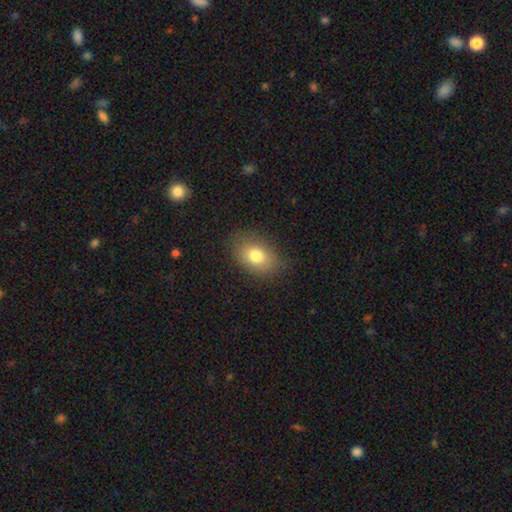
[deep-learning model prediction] smooth_or_featured: smooth (p=0.78) [alt: featured or disk p=0.12]
how_rounded: in between (p=0.80) [alt: round p=0.18]
merging: none (p=0.81) [alt: minor disturbance p=0.14]